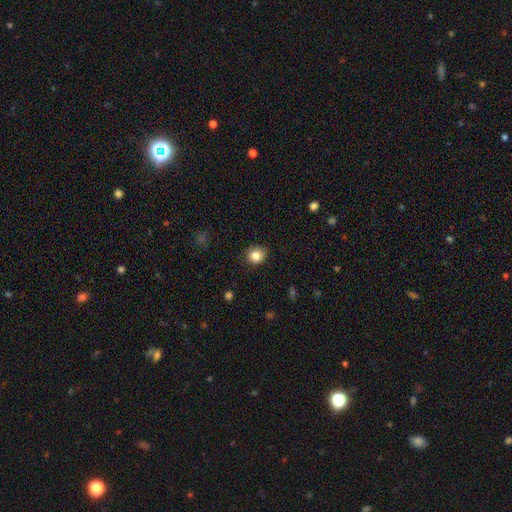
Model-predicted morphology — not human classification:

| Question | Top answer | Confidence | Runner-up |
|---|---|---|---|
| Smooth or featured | smooth | 84% | star or artifact (10%) |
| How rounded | round | 77% | in between (22%) |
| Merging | none | 87% | minor disturbance (10%) |